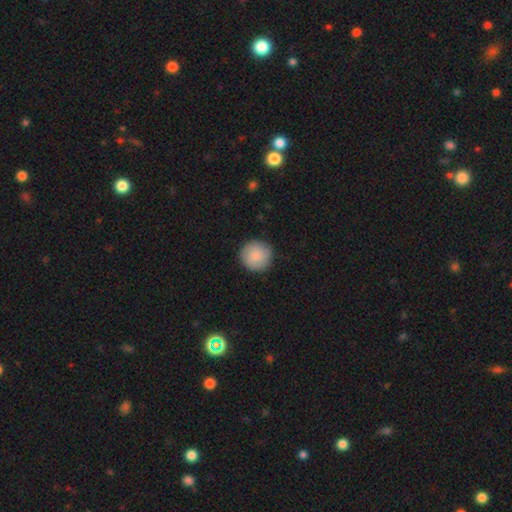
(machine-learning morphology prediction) A smooth galaxy with no disk features (84%) that is round (95%). Merging: none (88%).